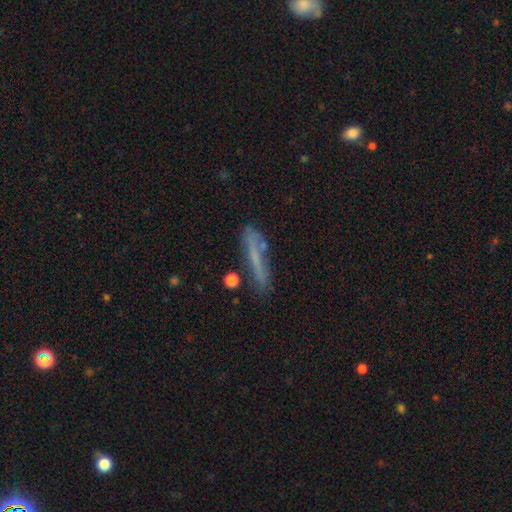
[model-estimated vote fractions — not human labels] This is possibly a smooth galaxy (54%). How rounded: clearly cigar-shaped (90%). Merging: likely none (70%).